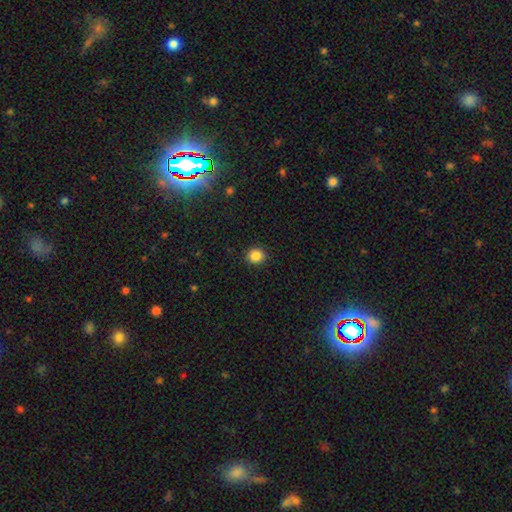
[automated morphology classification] type=smooth (87%); roundness=round (87%); merging=none (91%).